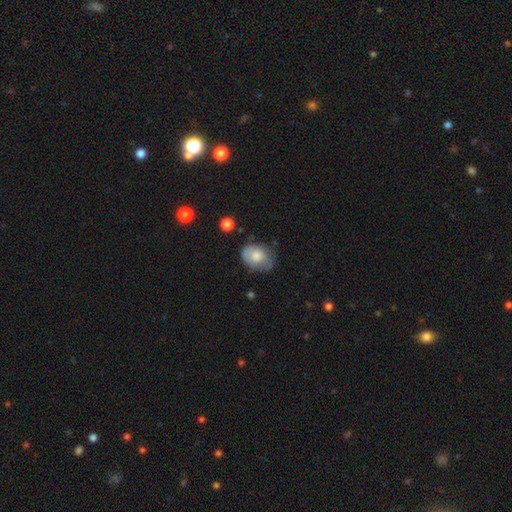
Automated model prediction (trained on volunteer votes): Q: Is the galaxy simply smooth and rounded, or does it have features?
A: smooth — 72%.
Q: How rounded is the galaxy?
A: in between — 61%.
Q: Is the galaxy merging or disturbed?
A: none — 55%.